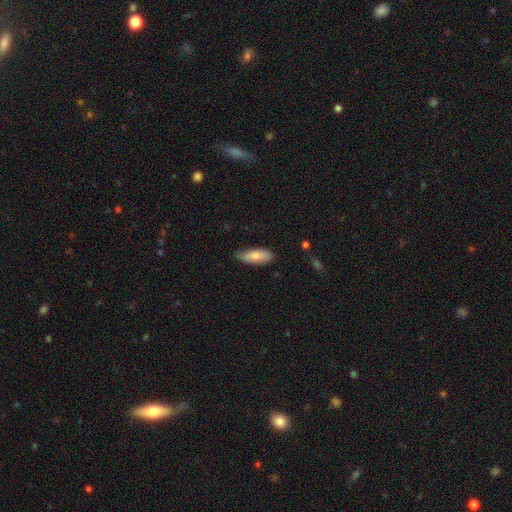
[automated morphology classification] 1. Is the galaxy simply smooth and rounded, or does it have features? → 77% smooth, 17% featured or disk, 6% star or artifact.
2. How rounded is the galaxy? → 73% in between, 25% cigar-shaped, 2% round.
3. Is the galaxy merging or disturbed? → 67% none, 28% minor disturbance, 4% major disturbance, 1% merger.